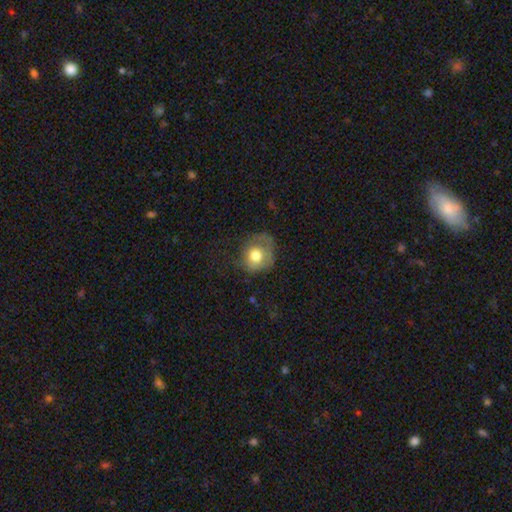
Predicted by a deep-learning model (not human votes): A smooth galaxy with no disk features (70%) that is round (76%). Merging: none (46%).